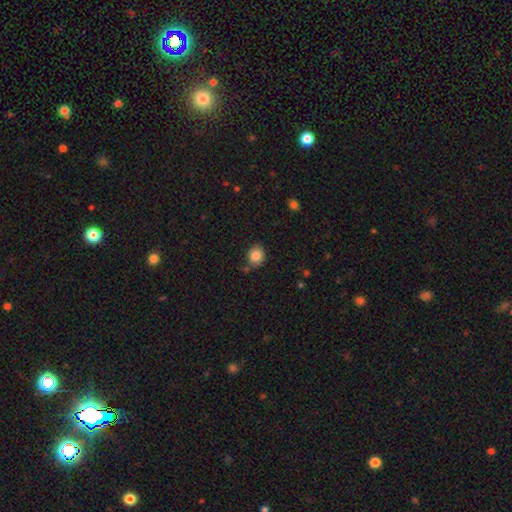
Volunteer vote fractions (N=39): smooth_or_featured: smooth (p=0.85) [alt: featured or disk p=0.15]
how_rounded: round (p=0.88) [alt: in between p=0.12]
merging: none (p=0.79) [alt: minor disturbance p=0.15]